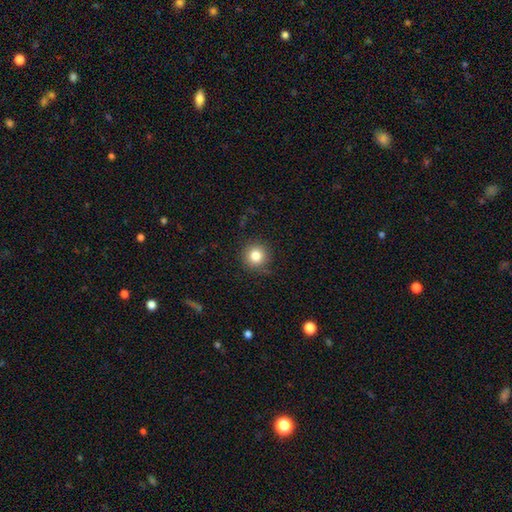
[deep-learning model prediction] Smooth or featured?
  - smooth: 82% *
  - star or artifact: 11%
  - featured or disk: 7%
How rounded?
  - round: 95% *
  - in between: 4%
  - cigar-shaped: 1%
Merging?
  - none: 88% *
  - minor disturbance: 8%
  - major disturbance: 3%
  - merger: 1%